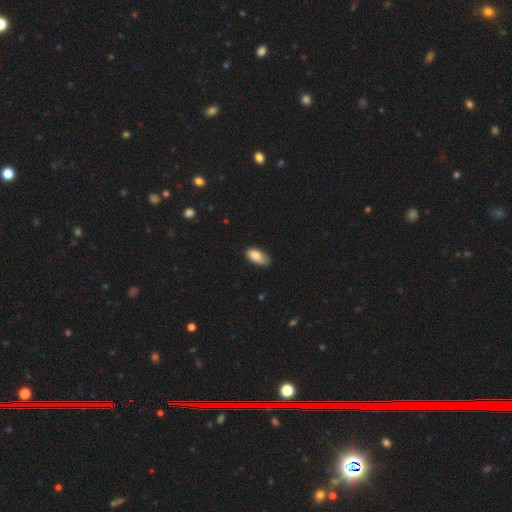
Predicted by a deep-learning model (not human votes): A smooth galaxy with no disk features (85%) that is in between round and cigar-shaped (92%). Merging: none (62%).